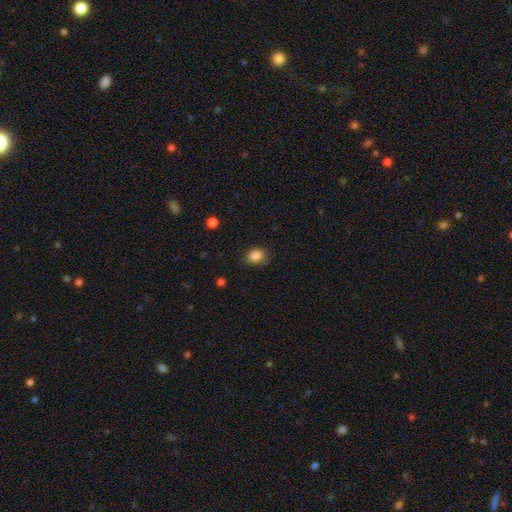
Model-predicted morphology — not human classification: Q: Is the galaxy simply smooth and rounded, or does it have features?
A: smooth — 86%.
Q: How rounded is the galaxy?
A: in between — 55%.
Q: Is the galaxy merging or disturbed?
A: none — 77%.